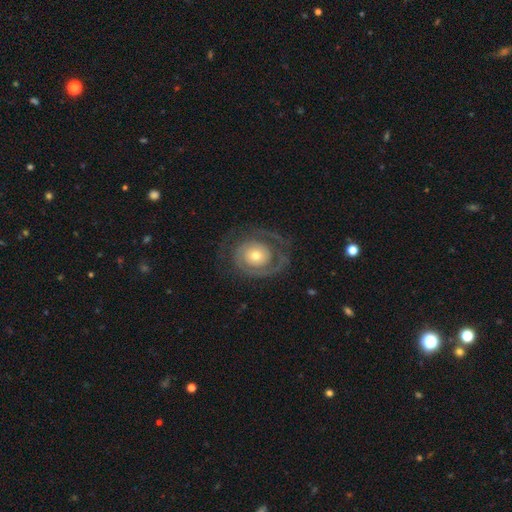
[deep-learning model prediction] Smooth or featured: featured or disk — 79% (smooth — 15%)
Edge-on disk: no — 97% (yes — 3%)
Bar: no — 82% (weak — 14%)
Spiral arms: yes — 86% (no — 14%)
Spiral winding: tight — 66% (medium — 24%)
Spiral arm count: 2 — 41% (1 — 24%)
Bulge size: moderate — 53% (small — 38%)
Merging: none — 68% (major disturbance — 15%)